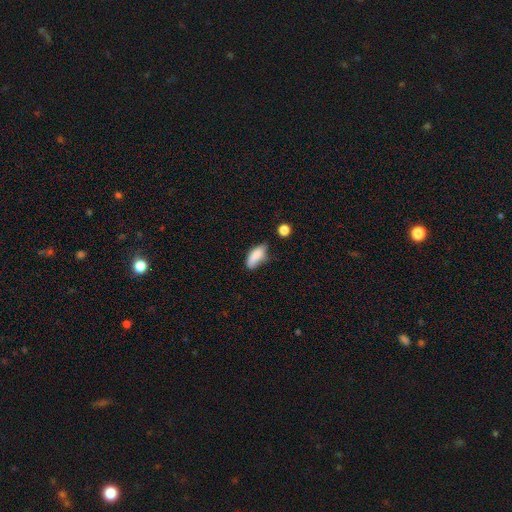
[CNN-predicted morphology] A smooth galaxy with no disk features (80%) that is in between round and cigar-shaped (78%). Merging: none (41%).